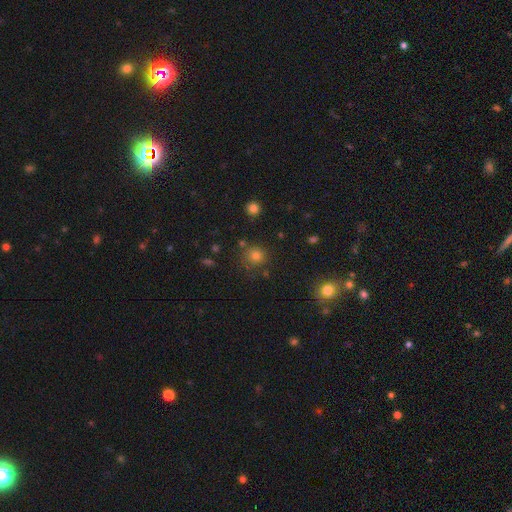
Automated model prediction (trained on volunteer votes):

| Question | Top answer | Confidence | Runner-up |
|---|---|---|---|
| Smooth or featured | smooth | 75% | star or artifact (18%) |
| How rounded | round | 90% | in between (9%) |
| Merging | none | 76% | minor disturbance (12%) |